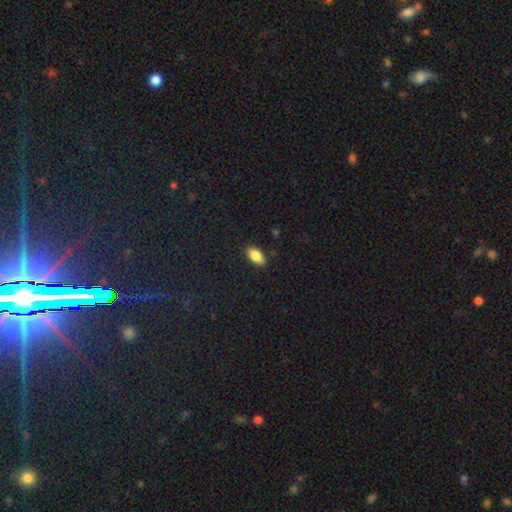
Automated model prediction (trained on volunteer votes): Smooth or featured? smooth (85%)
How rounded? in between (93%)
Merging? none (88%)